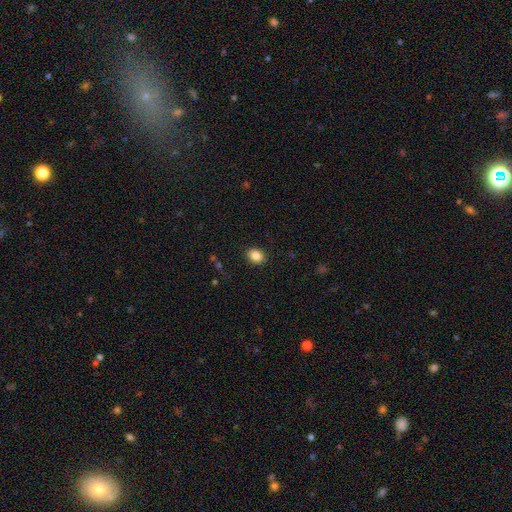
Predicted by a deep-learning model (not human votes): Smooth or featured: smooth — 86% (star or artifact — 9%)
How rounded: in between — 59% (round — 40%)
Merging: none — 89% (minor disturbance — 8%)